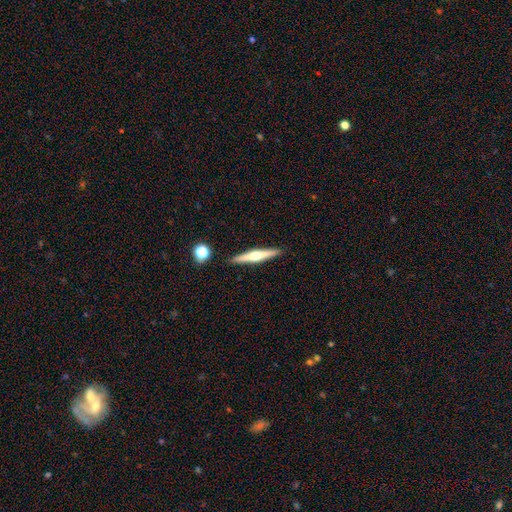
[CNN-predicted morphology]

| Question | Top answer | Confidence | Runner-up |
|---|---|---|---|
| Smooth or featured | featured or disk | 68% | smooth (26%) |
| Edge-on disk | yes | 98% | no (2%) |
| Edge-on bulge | rounded | 92% | boxy (4%) |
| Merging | none | 91% | minor disturbance (6%) |